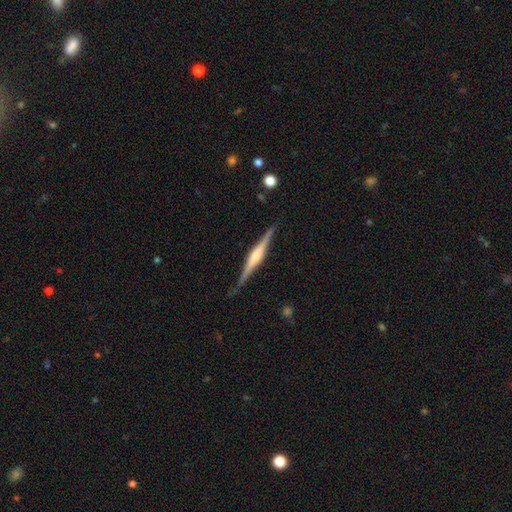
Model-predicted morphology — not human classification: Smooth or featured: featured or disk — 77% (smooth — 18%)
Edge-on disk: yes — 98% (no — 2%)
Edge-on bulge: rounded — 59% (boxy — 29%)
Merging: none — 88% (minor disturbance — 9%)